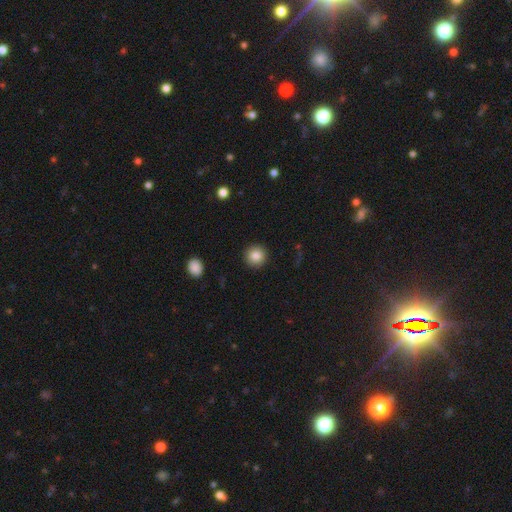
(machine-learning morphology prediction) This appears to be a smooth galaxy with no disk features (85%) that is round (95%). Merging: none (92%).